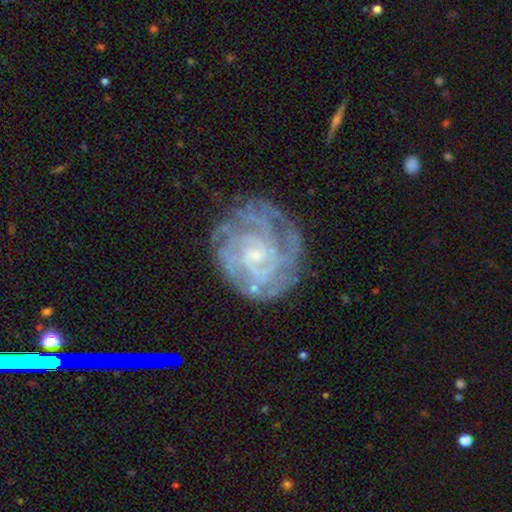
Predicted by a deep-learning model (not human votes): Smooth or featured? Predicted: featured or disk (p=0.84). Edge-on disk? Predicted: no (p=0.98). Bar? Predicted: no (p=0.62). Spiral arms? Predicted: yes (p=0.95). Spiral winding? Predicted: tight (p=0.72). Spiral arm count? Predicted: can't tell (p=0.37). Bulge size? Predicted: small (p=0.72). Merging? Predicted: none (p=0.73).